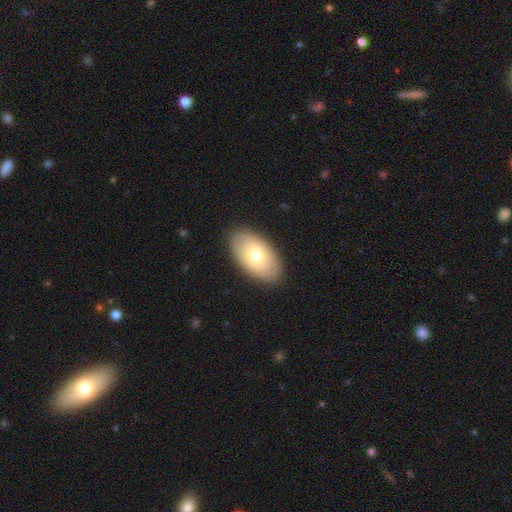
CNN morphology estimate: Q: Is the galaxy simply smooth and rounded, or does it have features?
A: smooth — 69%.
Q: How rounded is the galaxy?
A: in between — 94%.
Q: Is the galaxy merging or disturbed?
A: none — 88%.